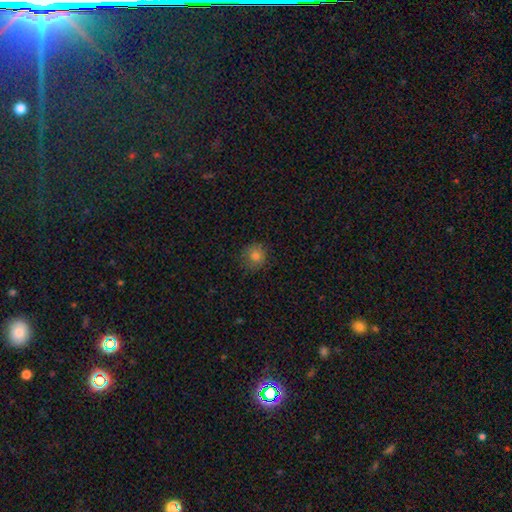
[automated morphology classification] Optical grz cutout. It shows a smooth galaxy with no disk features (79%) that is round (89%). Merging: none (81%).